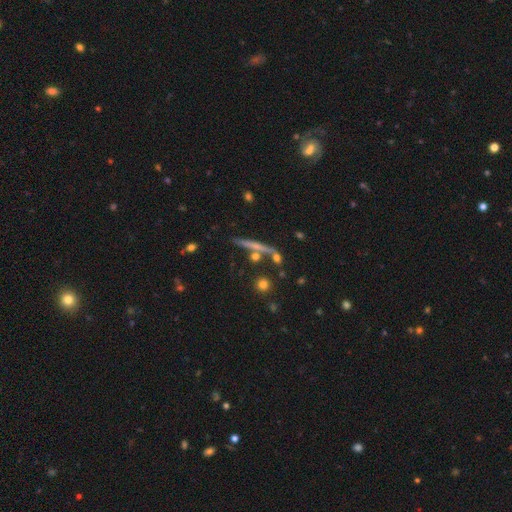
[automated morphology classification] Smooth or featured: featured or disk — 48% (smooth — 41%)
Merging: none — 77% (merger — 11%)